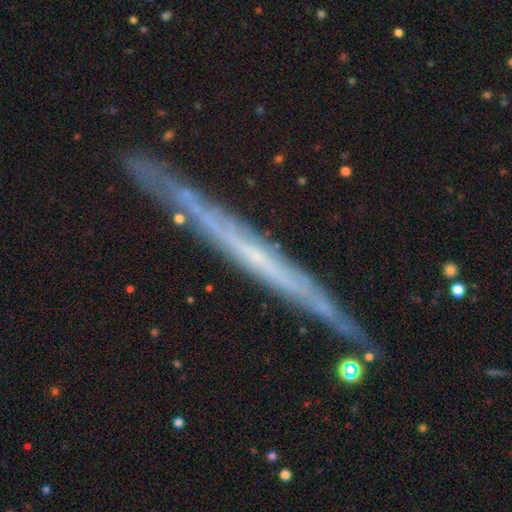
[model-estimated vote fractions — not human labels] Morphology: type=featured or disk (70%); edge-on=yes (93%); edge-on bulge=none (85%); merging=none (85%).